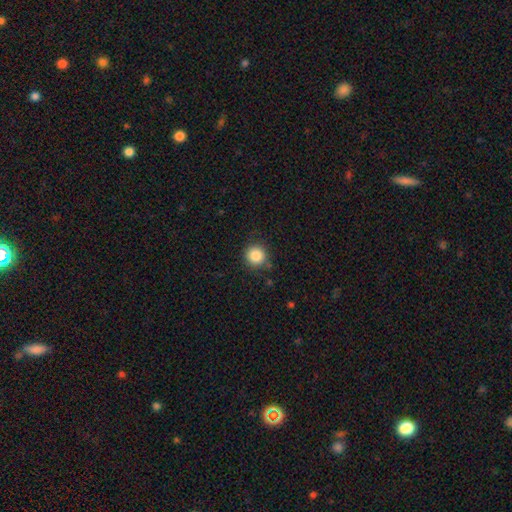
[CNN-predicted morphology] This appears to be a smooth galaxy with no disk features (85%) that is round (94%). Merging: none (85%).